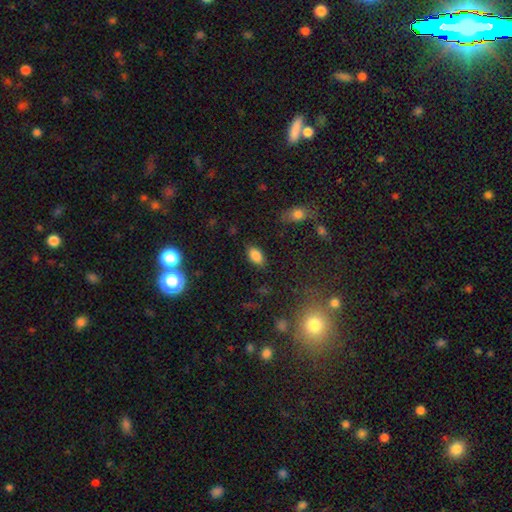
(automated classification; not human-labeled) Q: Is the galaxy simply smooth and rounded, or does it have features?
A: smooth — 84%.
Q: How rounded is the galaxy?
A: in between — 91%.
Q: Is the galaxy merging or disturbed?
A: none — 84%.